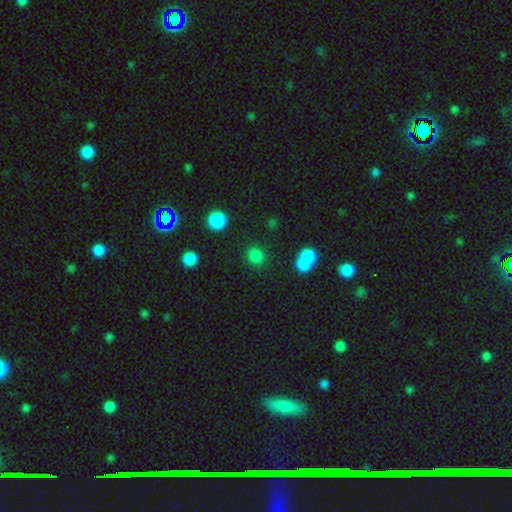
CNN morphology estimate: Overall: smooth (80%). How rounded: round (86%). Merging: none (75%).